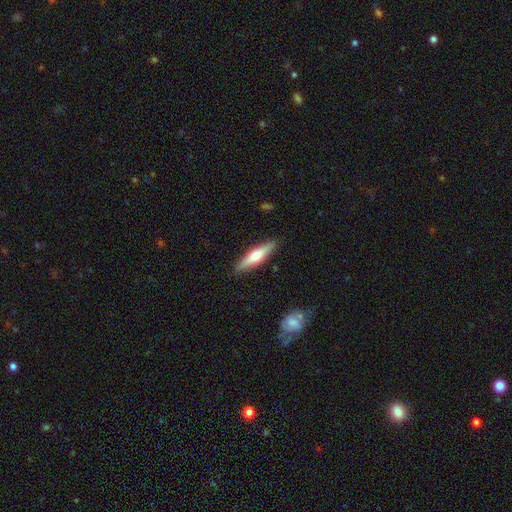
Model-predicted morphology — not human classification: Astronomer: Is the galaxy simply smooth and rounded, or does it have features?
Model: smooth — 49% (runner-up: featured or disk, 46%).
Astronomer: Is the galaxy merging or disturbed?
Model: none — 90%.